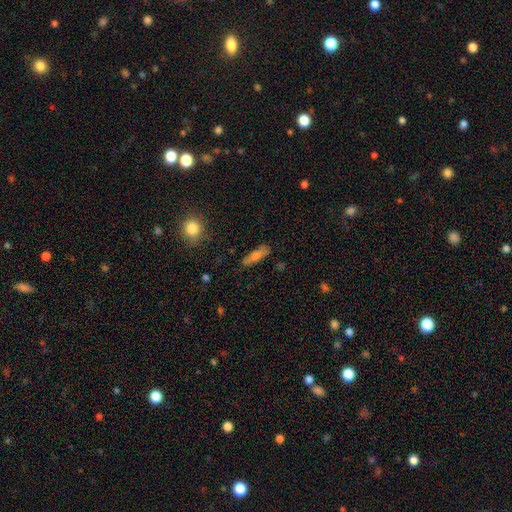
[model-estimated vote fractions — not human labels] A smooth galaxy with no disk features (58%) that is cigar-shaped (64%). Merging: none (75%).